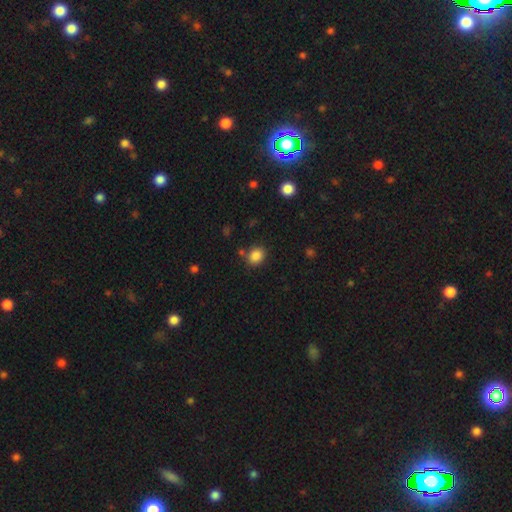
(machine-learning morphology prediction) Overall: smooth (86%). How rounded: round (62%; in between 37%). Merging: none (80%).